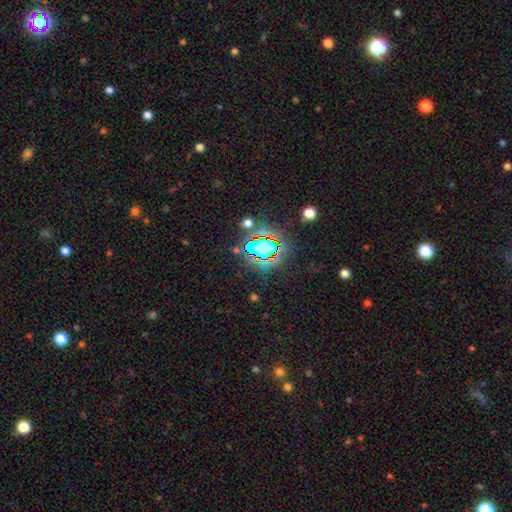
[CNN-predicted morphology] star or artifact 62%, smooth 26%, featured or disk 12%.